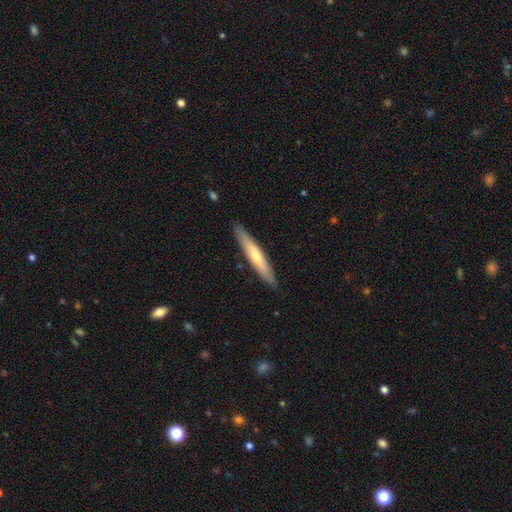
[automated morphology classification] type=smooth (56%); roundness=cigar-shaped (92%); merging=none (89%).